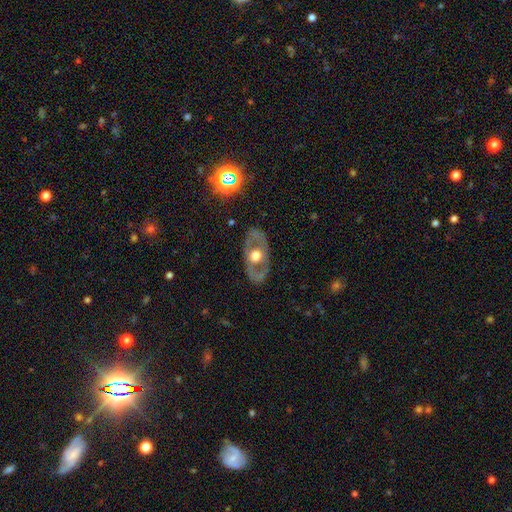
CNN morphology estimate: A featured or disk galaxy (66%) with no bar (84%), no spiral arms (77%) and a moderate central bulge (57%). Merging: none (80%).